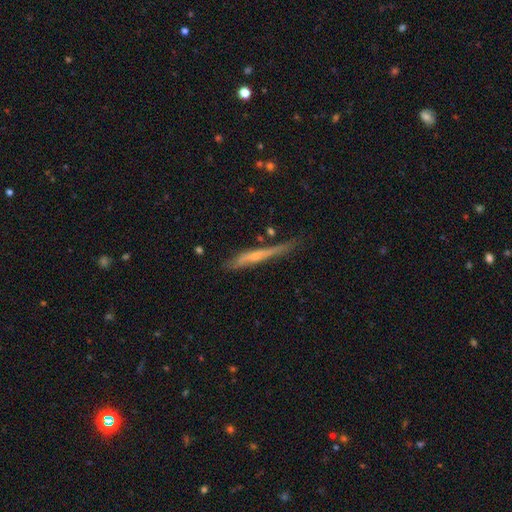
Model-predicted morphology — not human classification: A featured or disk galaxy (48%). Merging: none (62%).